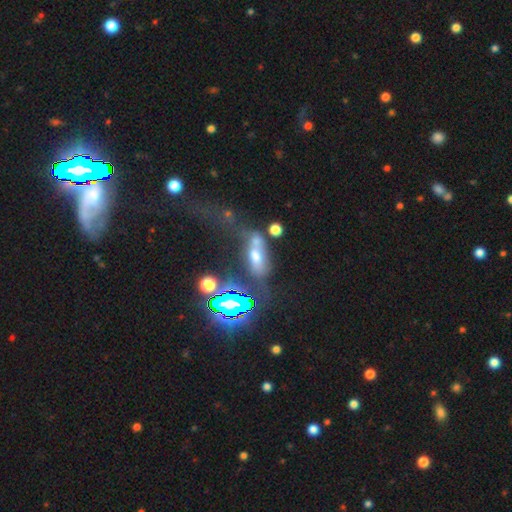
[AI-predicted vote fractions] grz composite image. It shows a smooth galaxy with no disk features (47%). Merging: merger (30%).